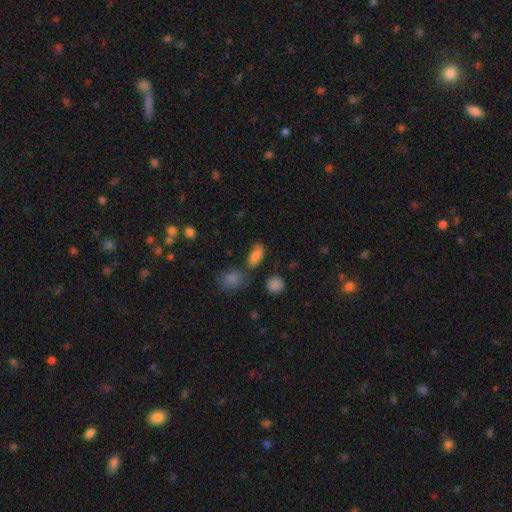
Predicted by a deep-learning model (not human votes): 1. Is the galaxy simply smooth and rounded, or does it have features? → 80% smooth, 10% star or artifact, 9% featured or disk.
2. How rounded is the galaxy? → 85% in between, 8% cigar-shaped, 7% round.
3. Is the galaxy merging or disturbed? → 61% none, 19% minor disturbance, 13% merger, 7% major disturbance.